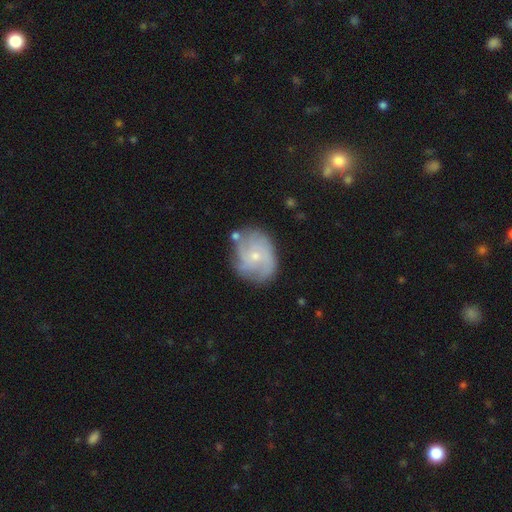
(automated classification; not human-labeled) This appears to be a featured or disk galaxy (69%) with no bar (76%), tight (42%) spiral arms (86%) and a small central bulge (65%). Merging: none (64%).